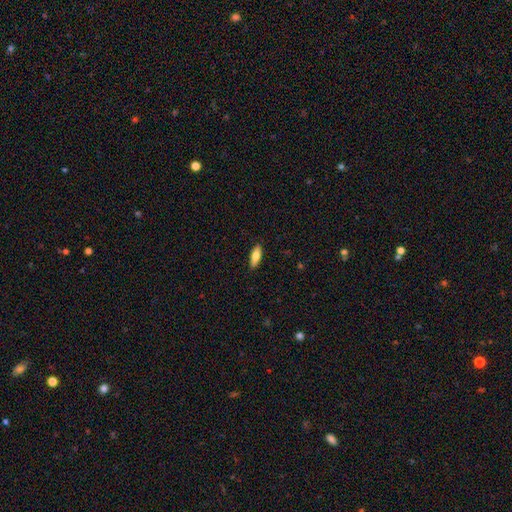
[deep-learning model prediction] Smooth or featured?
  - smooth: 72% *
  - featured or disk: 22%
  - star or artifact: 6%
How rounded?
  - in between: 64% *
  - cigar-shaped: 34%
  - round: 2%
Merging?
  - none: 89% *
  - minor disturbance: 9%
  - major disturbance: 2%
  - merger: 1%